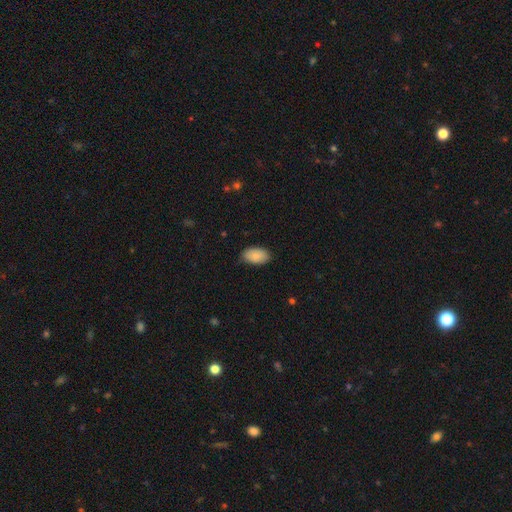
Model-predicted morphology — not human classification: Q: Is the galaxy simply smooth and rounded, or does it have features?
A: smooth — 88%.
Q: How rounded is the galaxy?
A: in between — 95%.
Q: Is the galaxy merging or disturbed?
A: none — 82%.